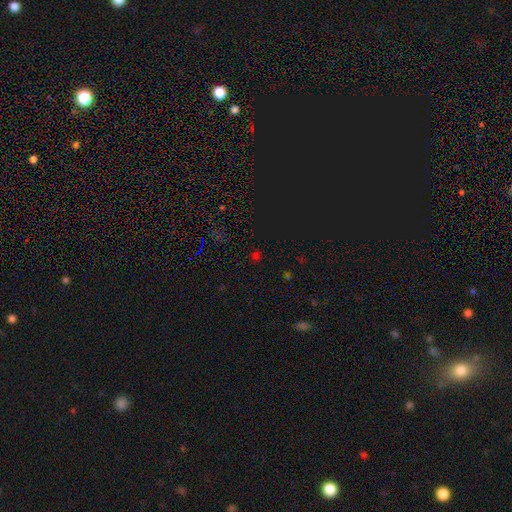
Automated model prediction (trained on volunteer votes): A star or artifact, not a galaxy (59%).